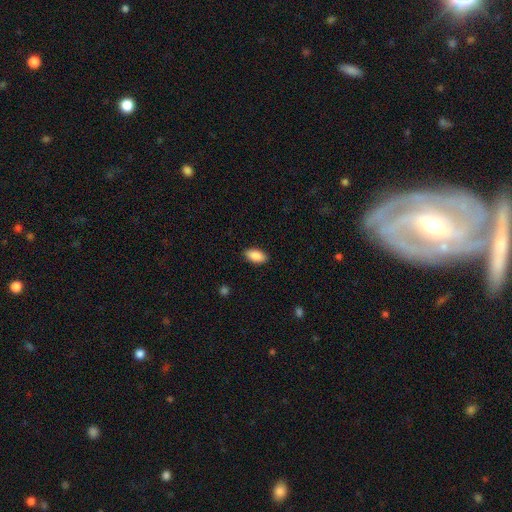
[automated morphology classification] smooth_or_featured: smooth (p=0.90) [alt: star or artifact p=0.07]
how_rounded: in between (p=0.94) [alt: round p=0.04]
merging: none (p=0.88) [alt: minor disturbance p=0.09]